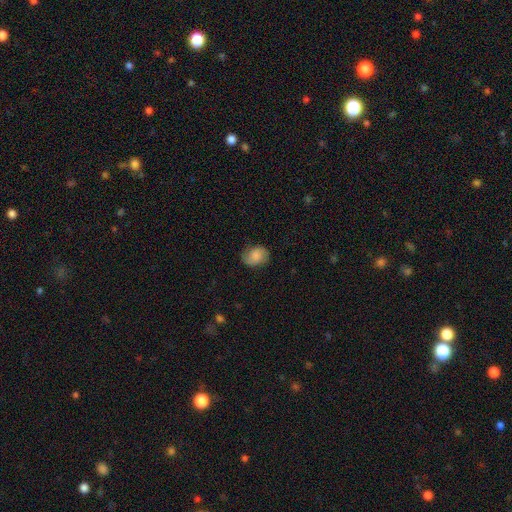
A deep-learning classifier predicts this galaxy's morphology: smooth 70%, featured or disk 21%, star or artifact 8%. Down the decision tree: how rounded — in between (53%); merging — none (76%).